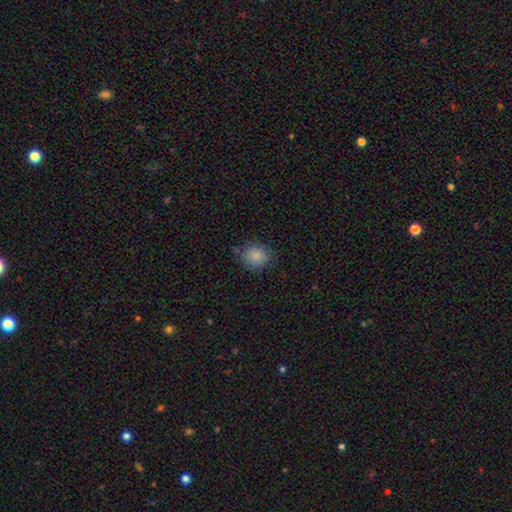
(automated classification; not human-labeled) Morphology: type=smooth (85%); roundness=round (82%); merging=none (77%).